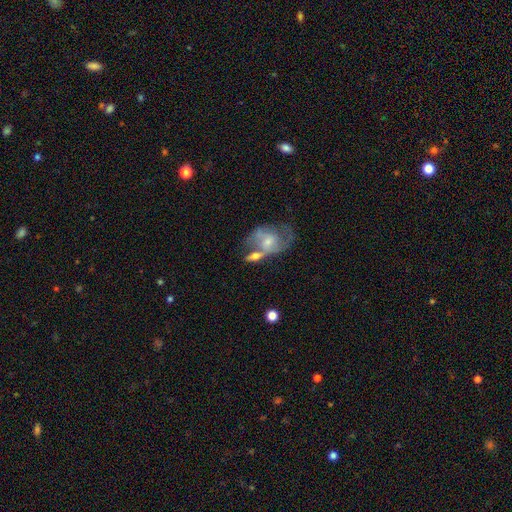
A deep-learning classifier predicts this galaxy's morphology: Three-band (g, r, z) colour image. It shows a featured or disk galaxy (51%). Merging: merger (49%).